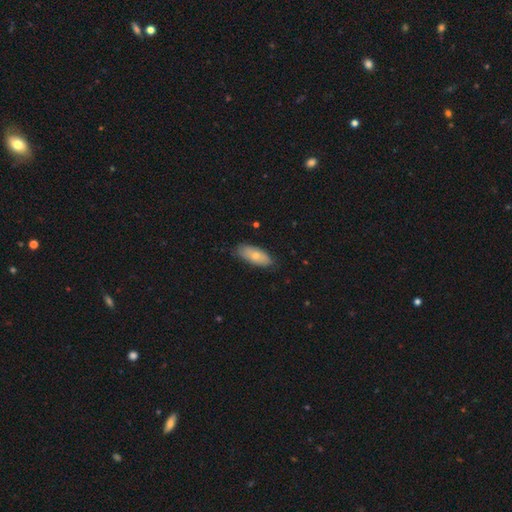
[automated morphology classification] Smooth or featured?
  - smooth: 69% *
  - featured or disk: 25%
  - star or artifact: 6%
How rounded?
  - in between: 85% *
  - cigar-shaped: 13%
  - round: 3%
Merging?
  - none: 78% *
  - minor disturbance: 19%
  - major disturbance: 3%
  - merger: 1%